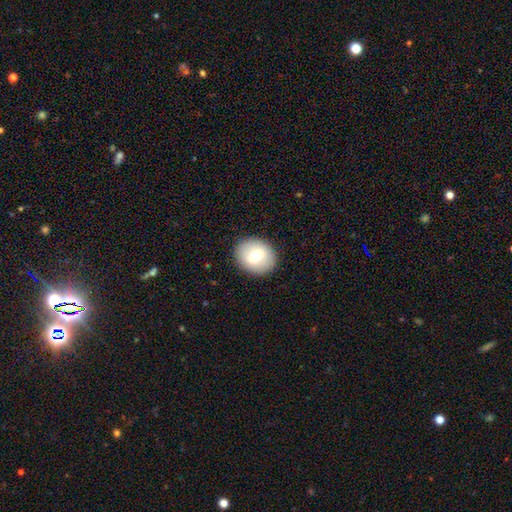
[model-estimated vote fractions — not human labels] smooth-or-featured: smooth: 69% | featured or disk: 23% | star or artifact: 8%
  how-rounded: round: 65% | in between: 34% | cigar-shaped: 1%
  merging: none: 89% | minor disturbance: 7% | major disturbance: 2% | merger: 1%